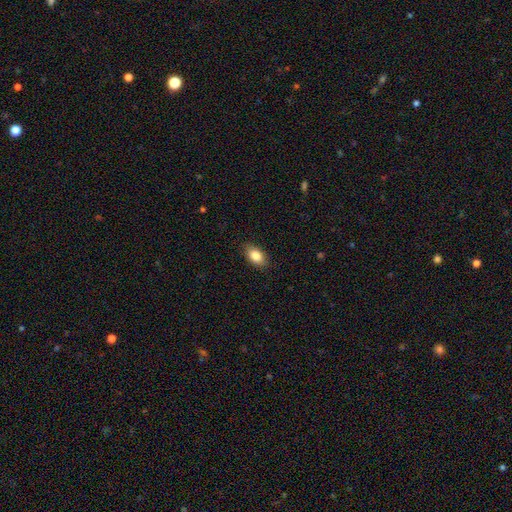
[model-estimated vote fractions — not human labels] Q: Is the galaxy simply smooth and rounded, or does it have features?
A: smooth — 85%.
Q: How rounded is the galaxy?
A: in between — 90%.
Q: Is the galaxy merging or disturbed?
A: none — 88%.